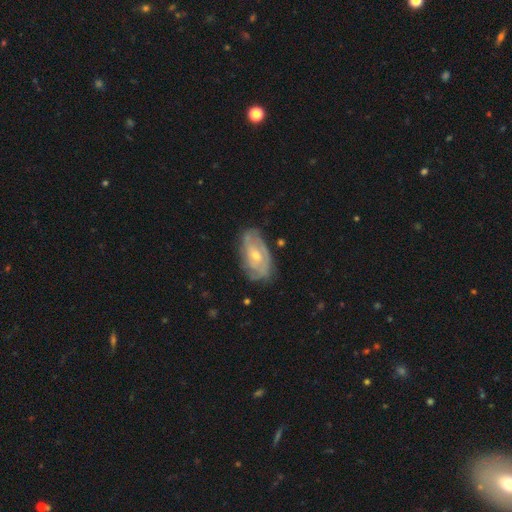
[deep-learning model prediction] smooth_or_featured: featured or disk (p=0.72) [alt: smooth p=0.21]
disk_edge_on: no (p=0.94) [alt: yes p=0.06]
bar: no (p=0.61) [alt: weak p=0.32]
has_spiral_arms: yes (p=0.85) [alt: no p=0.15]
spiral_winding: tight (p=0.58) [alt: medium p=0.31]
spiral_arm_count: can't tell (p=0.44) [alt: 2 p=0.29]
bulge_size: moderate (p=0.52) [alt: small p=0.44]
merging: none (p=0.72) [alt: minor disturbance p=0.21]